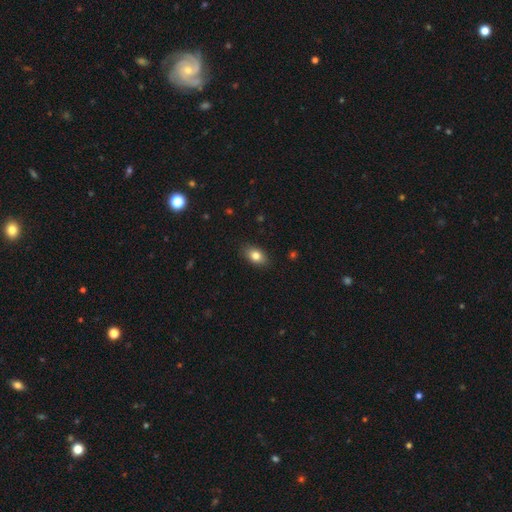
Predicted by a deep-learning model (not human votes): Overall: smooth (81%). How rounded: in between (86%). Merging: none (87%).